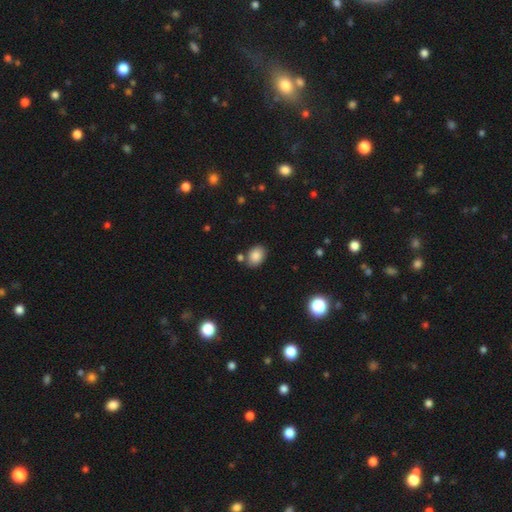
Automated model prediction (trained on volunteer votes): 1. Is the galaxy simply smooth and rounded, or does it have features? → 86% smooth, 9% star or artifact, 5% featured or disk.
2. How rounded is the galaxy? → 71% in between, 28% round, 1% cigar-shaped.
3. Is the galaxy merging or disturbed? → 77% none, 12% minor disturbance, 8% merger, 3% major disturbance.